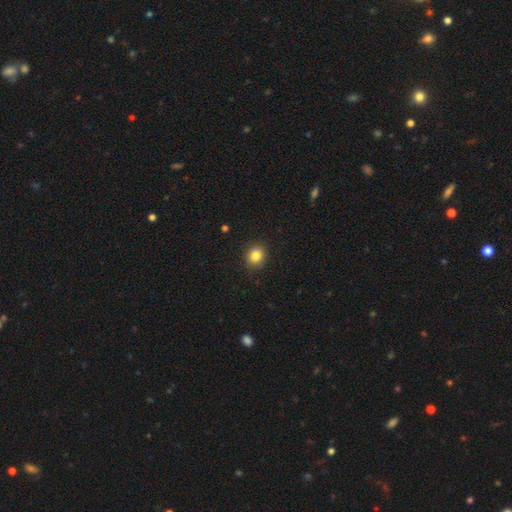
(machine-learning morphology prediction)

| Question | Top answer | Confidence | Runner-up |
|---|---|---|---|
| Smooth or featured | smooth | 83% | star or artifact (11%) |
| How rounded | round | 81% | in between (18%) |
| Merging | none | 87% | minor disturbance (9%) |